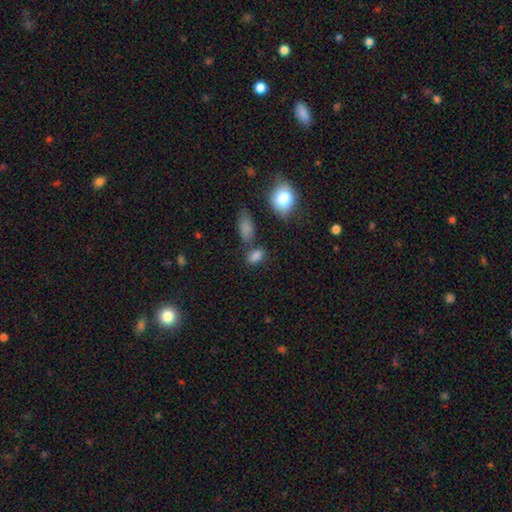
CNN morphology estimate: Smooth or featured? Predicted: smooth (p=0.83). How rounded? Predicted: in between (p=0.82). Merging? Predicted: none (p=0.61).